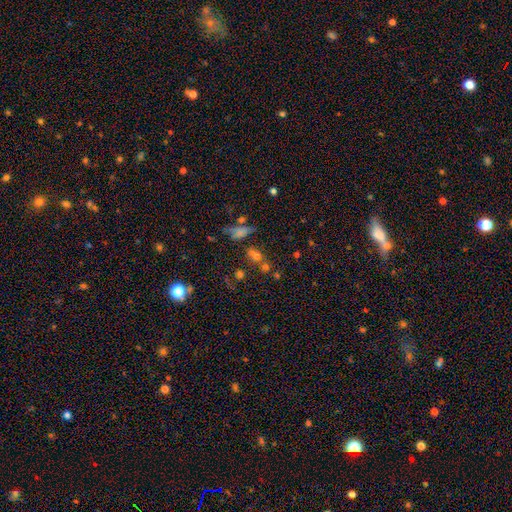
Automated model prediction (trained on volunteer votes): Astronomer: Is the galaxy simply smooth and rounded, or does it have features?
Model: smooth — 44% (runner-up: star or artifact, 42%).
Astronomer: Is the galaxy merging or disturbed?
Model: none — 51% (runner-up: merger, 27%).